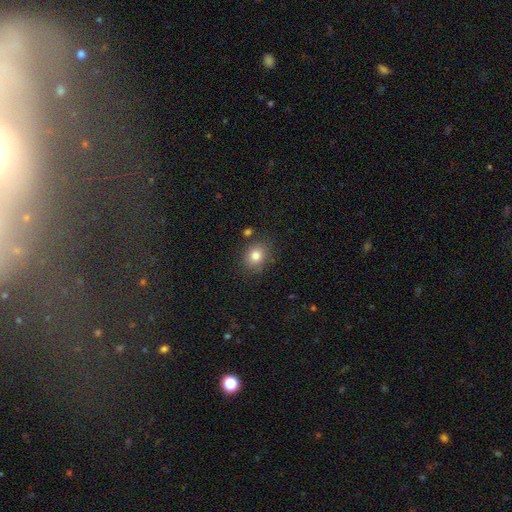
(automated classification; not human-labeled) The model was most divided on "how rounded": round: 62%, in between: 37%, cigar-shaped: 1%. More confident: smooth or featured — smooth (81%); merging — none (81%).